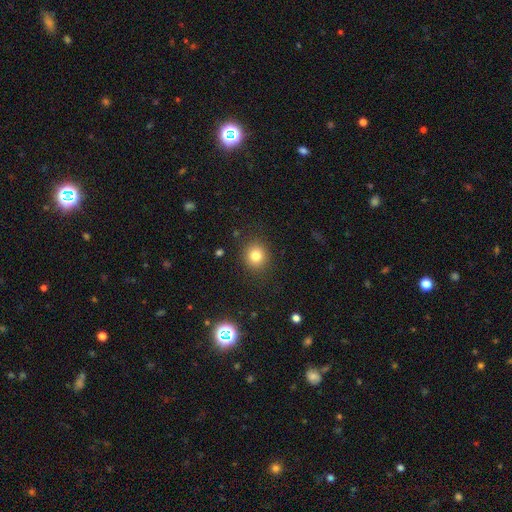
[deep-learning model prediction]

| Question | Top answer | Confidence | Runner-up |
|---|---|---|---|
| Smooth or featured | smooth | 80% | star or artifact (13%) |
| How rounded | round | 85% | in between (14%) |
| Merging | none | 89% | minor disturbance (7%) |